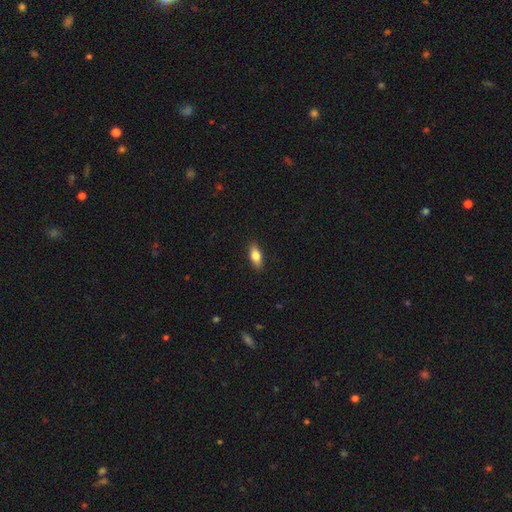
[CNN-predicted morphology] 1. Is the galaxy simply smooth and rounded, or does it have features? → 73% smooth, 21% featured or disk, 7% star or artifact.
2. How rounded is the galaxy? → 78% in between, 18% cigar-shaped, 4% round.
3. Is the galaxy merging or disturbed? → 89% none, 8% minor disturbance, 2% major disturbance, 1% merger.